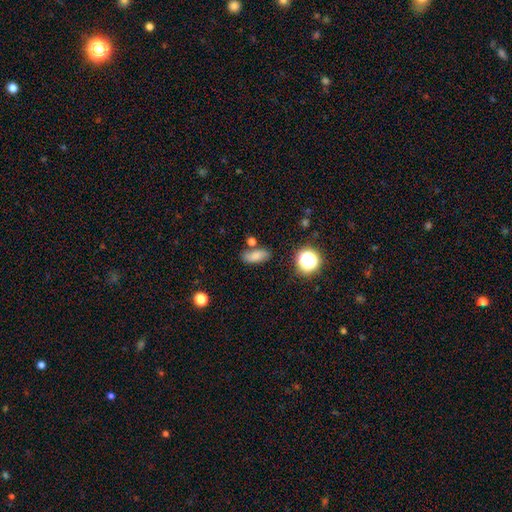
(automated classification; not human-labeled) smooth_or_featured: smooth (p=0.78) [alt: star or artifact p=0.13]
how_rounded: in between (p=0.75) [alt: cigar-shaped p=0.16]
merging: none (p=0.73) [alt: minor disturbance p=0.14]